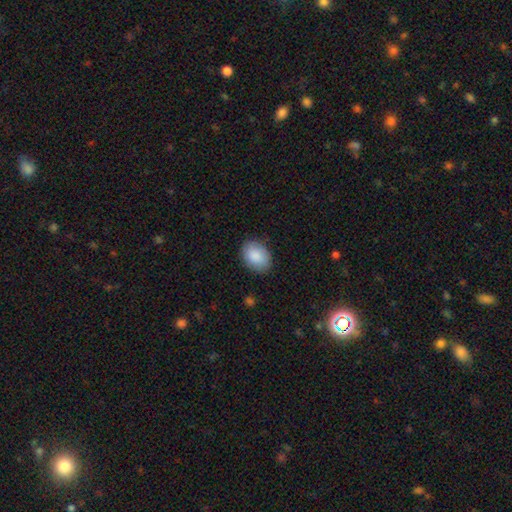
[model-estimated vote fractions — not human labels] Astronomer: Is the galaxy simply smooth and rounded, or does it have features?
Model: smooth — 89%.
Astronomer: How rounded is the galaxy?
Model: in between — 76%.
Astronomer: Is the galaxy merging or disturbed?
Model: none — 85%.